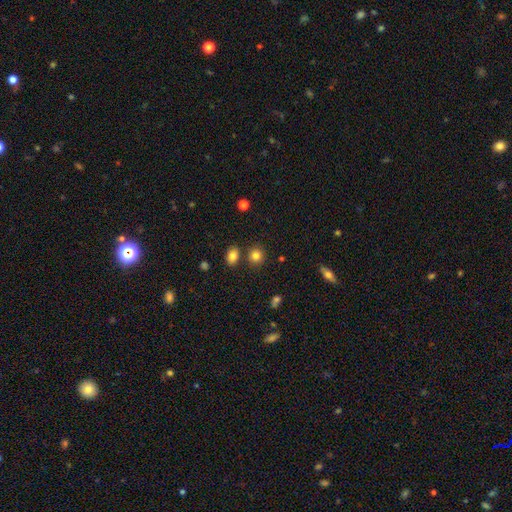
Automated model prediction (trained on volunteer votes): Overall: smooth (82%). How rounded: round (82%). Merging: none (80%).